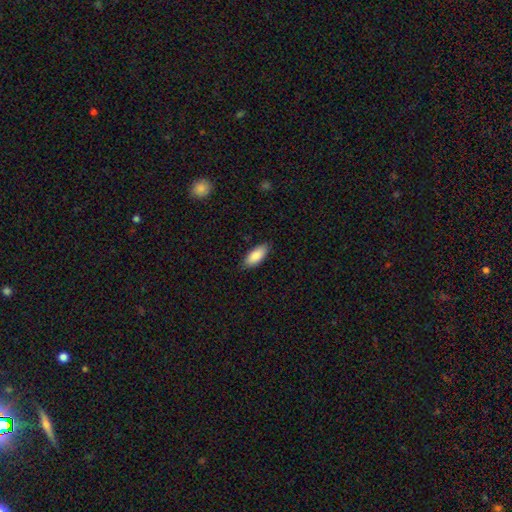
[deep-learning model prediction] smooth-or-featured: smooth: 87% | featured or disk: 7% | star or artifact: 6%
  how-rounded: in between: 86% | cigar-shaped: 12% | round: 2%
  merging: none: 84% | minor disturbance: 12% | major disturbance: 2% | merger: 1%